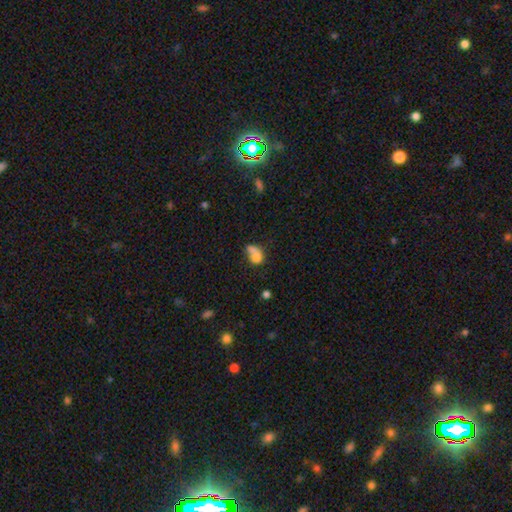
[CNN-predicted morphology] smooth_or_featured: smooth (p=0.69) [alt: featured or disk p=0.19]
how_rounded: in between (p=0.69) [alt: round p=0.28]
merging: merger (p=0.41) [alt: none p=0.25]